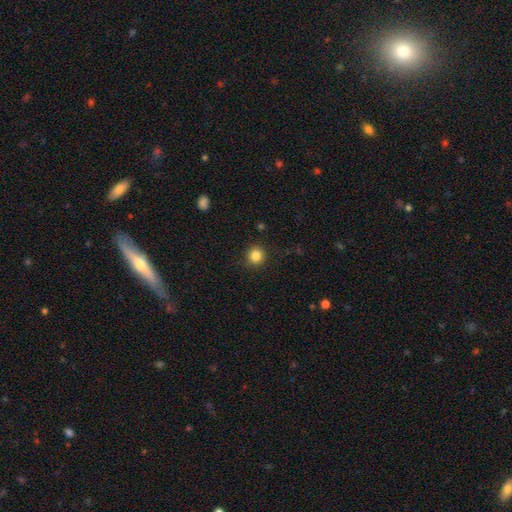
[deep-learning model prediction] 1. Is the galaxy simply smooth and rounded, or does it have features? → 85% smooth, 11% star or artifact, 5% featured or disk.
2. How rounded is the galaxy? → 94% round, 5% in between, 1% cigar-shaped.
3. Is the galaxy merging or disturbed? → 91% none, 6% minor disturbance, 2% major disturbance, 1% merger.